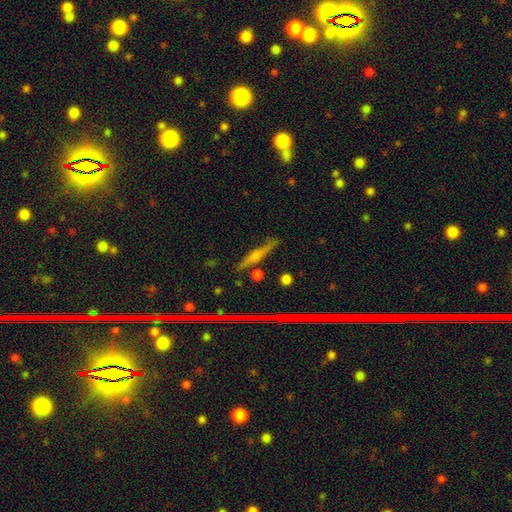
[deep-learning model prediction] Smooth or featured? Predicted: featured or disk (p=0.52). Edge-on disk? Predicted: yes (p=0.91). Merging? Predicted: none (p=0.78).